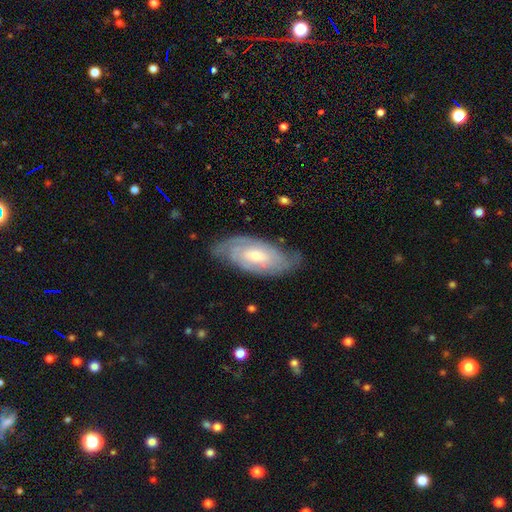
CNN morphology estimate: featured or disk 77%, smooth 17%, star or artifact 5%. Down the decision tree: edge-on disk — no (91%); bar — no (58%); spiral arms — yes (92%); spiral arm count — 2 (47%); spiral winding — tight (65%); bulge size — moderate (56%); merging — none (72%).